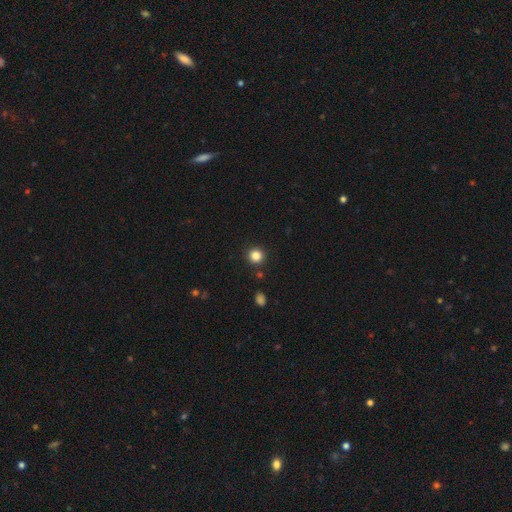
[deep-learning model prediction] A smooth galaxy with no disk features (84%) that is round (92%).

Vote fractions:
- Smooth or featured? smooth: 84% / star or artifact: 12% / featured or disk: 4%
- How rounded? round: 92% / in between: 7% / cigar-shaped: 1%
- Merging? none: 90% / minor disturbance: 6% / merger: 3% / major disturbance: 2%